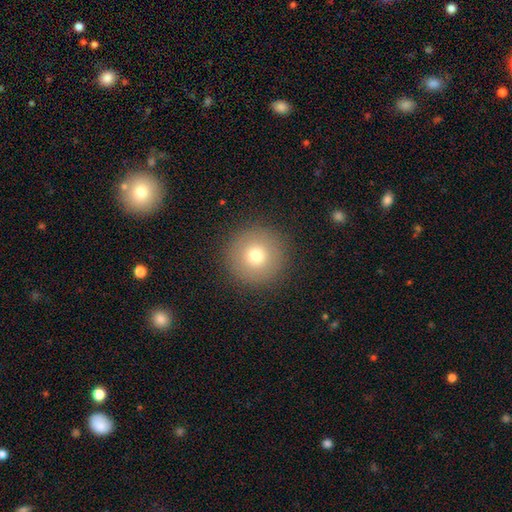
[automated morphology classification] A smooth galaxy with no disk features (75%) that is round (97%). Merging: none (91%).